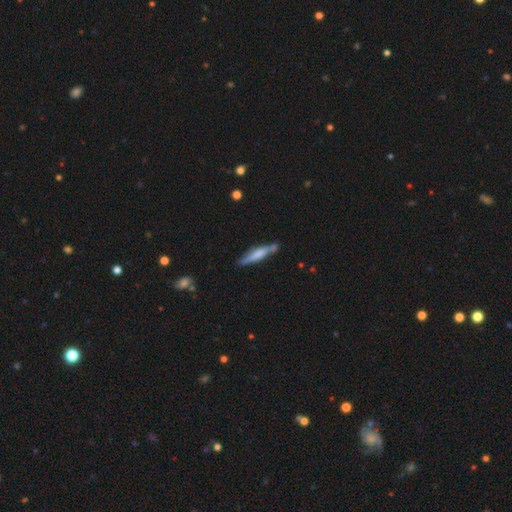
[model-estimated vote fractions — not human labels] smooth-or-featured: smooth: 53% | featured or disk: 40% | star or artifact: 7%
  how-rounded: cigar-shaped: 88% | in between: 10% | round: 2%
  merging: none: 76% | minor disturbance: 17% | merger: 5% | major disturbance: 3%